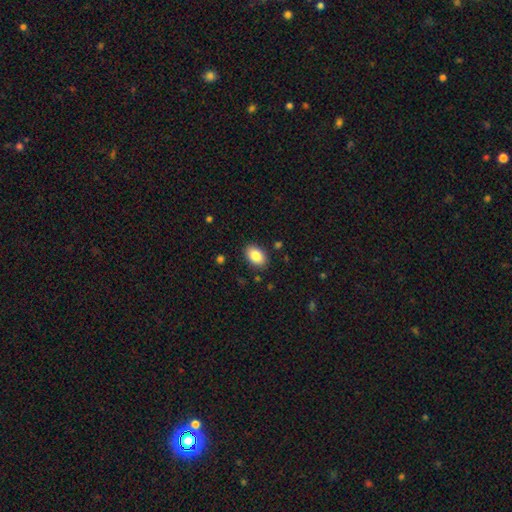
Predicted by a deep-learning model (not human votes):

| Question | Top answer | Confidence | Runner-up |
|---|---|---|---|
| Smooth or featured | smooth | 86% | star or artifact (7%) |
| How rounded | in between | 89% | round (10%) |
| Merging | none | 88% | minor disturbance (9%) |